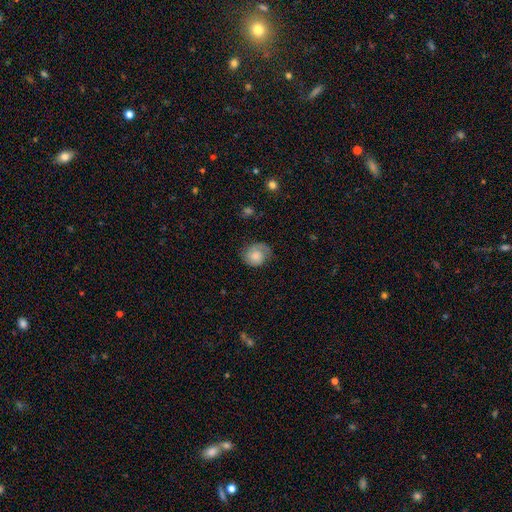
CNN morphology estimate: smooth-or-featured: smooth: 50% | featured or disk: 43% | star or artifact: 8%
  merging: none: 62% | minor disturbance: 24% | major disturbance: 13% | merger: 1%